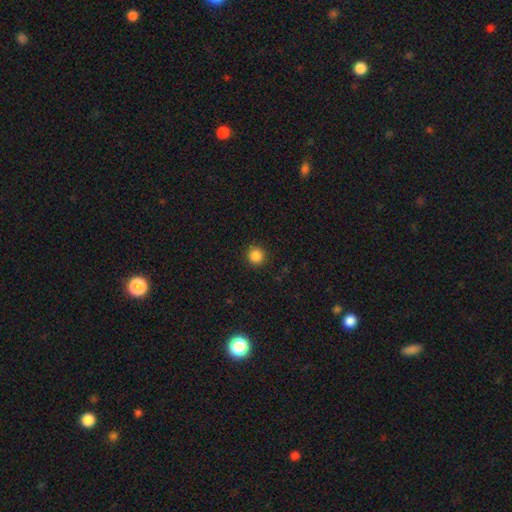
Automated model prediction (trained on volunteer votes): Morphology: type=smooth (86%); roundness=round (94%); merging=none (92%).